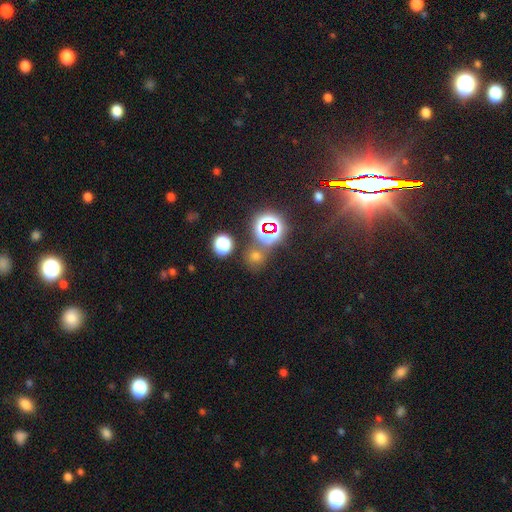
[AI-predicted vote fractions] This is possibly a smooth galaxy (51%). How rounded: clearly round (82%). Merging: likely none (71%).